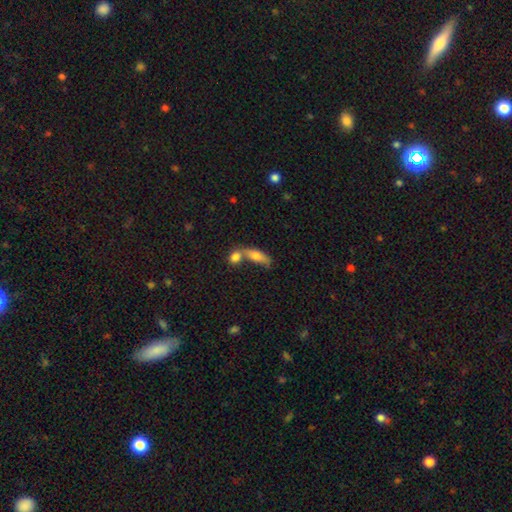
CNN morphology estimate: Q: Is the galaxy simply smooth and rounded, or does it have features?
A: smooth — 70%.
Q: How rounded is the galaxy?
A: in between — 63%.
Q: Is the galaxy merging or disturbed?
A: merger — 49%.